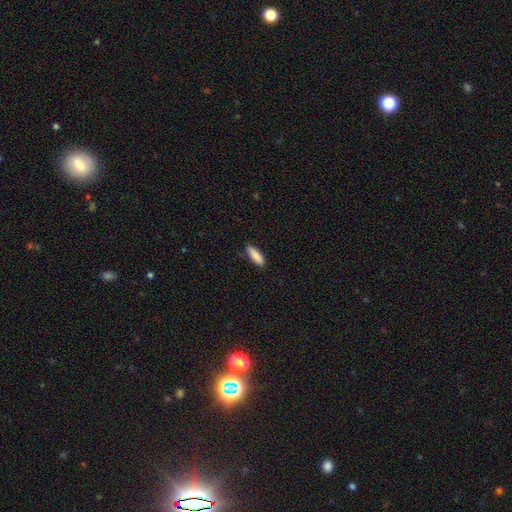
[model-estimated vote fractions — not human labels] The model was most divided on "how rounded": cigar-shaped: 55%, in between: 44%, round: 2%. More confident: smooth or featured — smooth (89%); merging — none (88%).